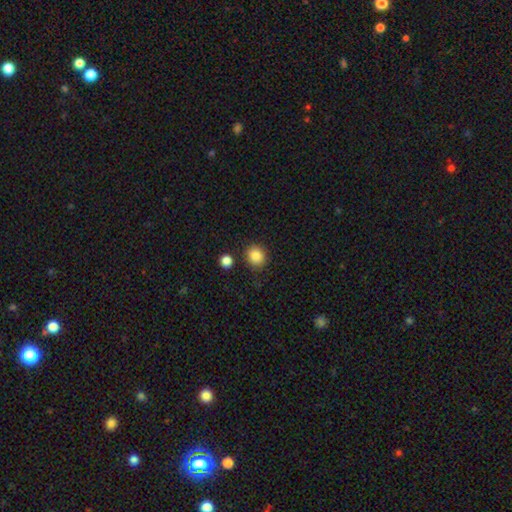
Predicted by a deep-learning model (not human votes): smooth_or_featured: smooth (p=0.86) [alt: star or artifact p=0.10]
how_rounded: round (p=0.85) [alt: in between p=0.14]
merging: none (p=0.86) [alt: minor disturbance p=0.08]